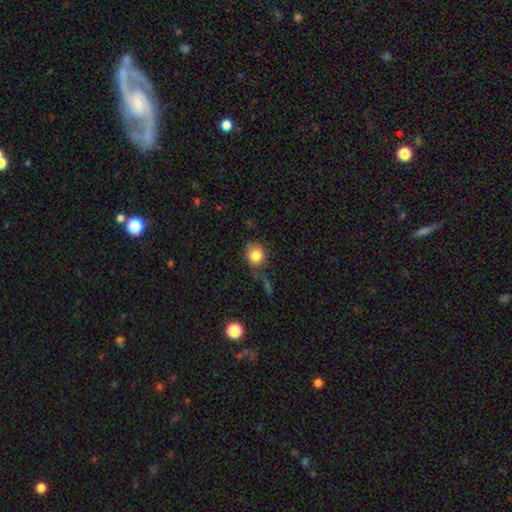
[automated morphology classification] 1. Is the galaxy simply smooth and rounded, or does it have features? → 81% smooth, 10% star or artifact, 9% featured or disk.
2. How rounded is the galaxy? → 77% round, 22% in between, 1% cigar-shaped.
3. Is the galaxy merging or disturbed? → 58% none, 24% minor disturbance, 11% major disturbance, 6% merger.